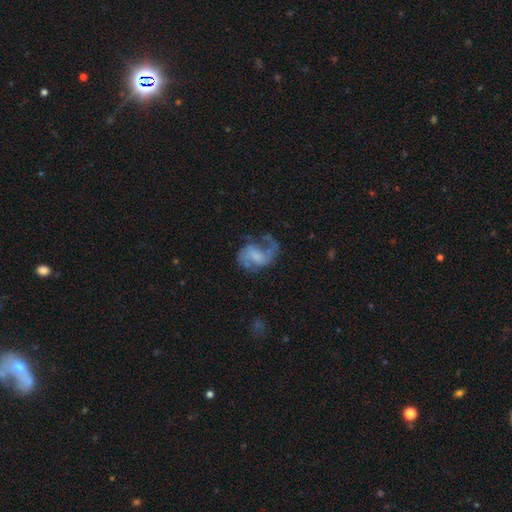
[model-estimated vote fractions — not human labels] A featured or disk galaxy (77%) with no bar (48%), 2 (68%) loose (47%) spiral arms (90%) and no central bulge (30%). Merging: none (44%).